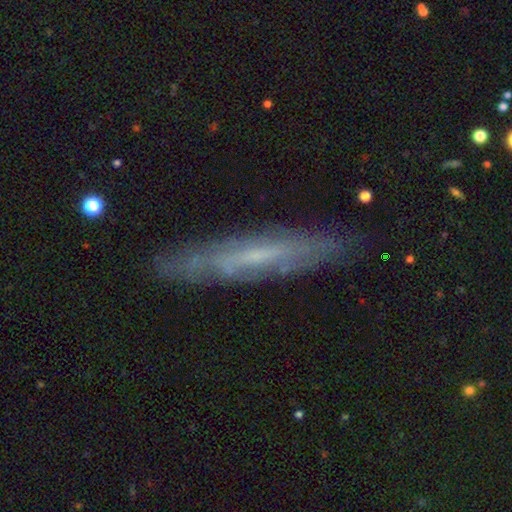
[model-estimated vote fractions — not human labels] featured or disk 64%, smooth 28%, star or artifact 8%. Down the decision tree: edge-on disk — yes (64%); merging — none (80%).